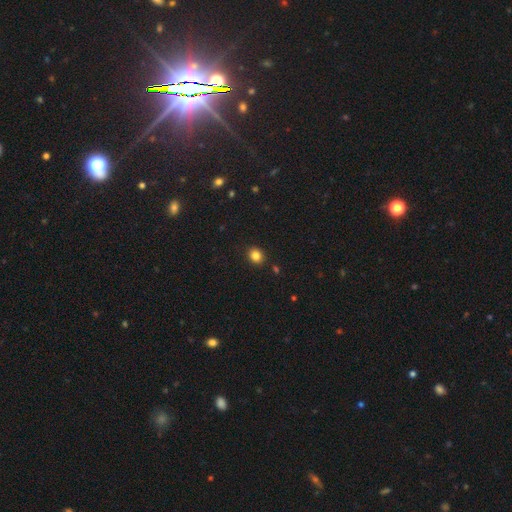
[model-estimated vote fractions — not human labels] Smooth or featured? Predicted: smooth (p=0.84). How rounded? Predicted: round (p=0.69). Merging? Predicted: none (p=0.90).